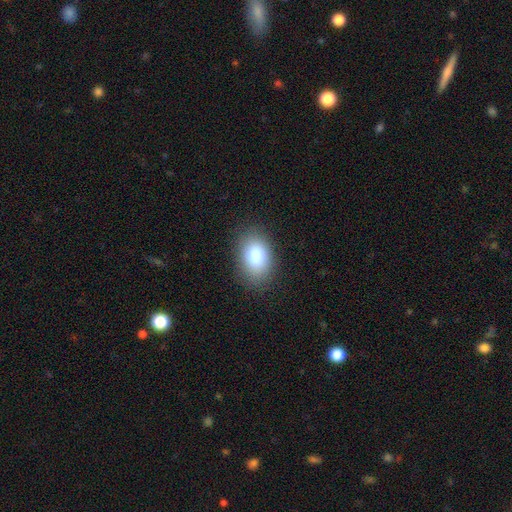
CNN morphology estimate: A smooth galaxy with no disk features (83%) that is in between round and cigar-shaped (84%). Merging: none (86%).